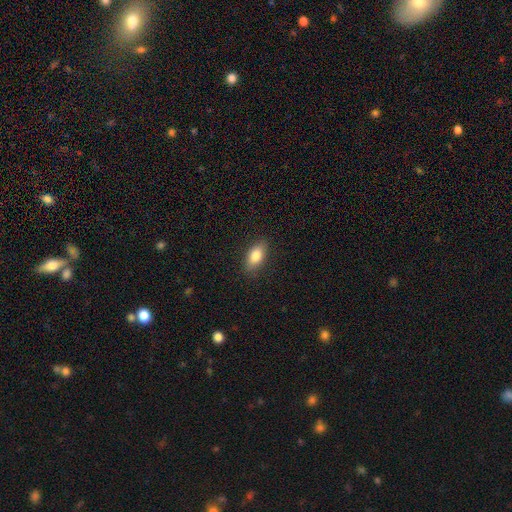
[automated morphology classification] This appears to be a smooth galaxy with no disk features (82%) that is in between round and cigar-shaped (87%). Merging: none (87%).